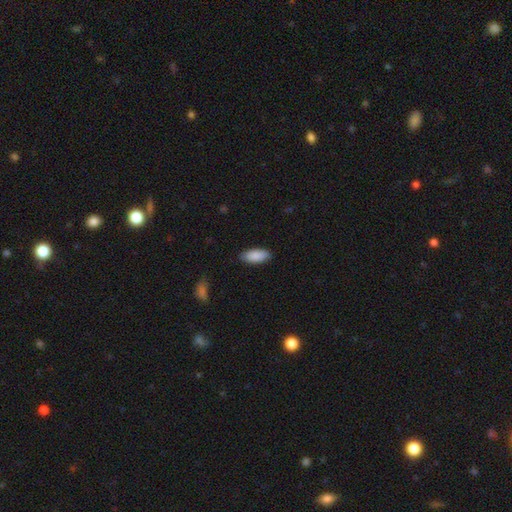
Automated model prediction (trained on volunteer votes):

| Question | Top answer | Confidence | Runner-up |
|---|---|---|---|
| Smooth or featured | smooth | 89% | star or artifact (6%) |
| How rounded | in between | 89% | cigar-shaped (9%) |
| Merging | none | 86% | minor disturbance (11%) |